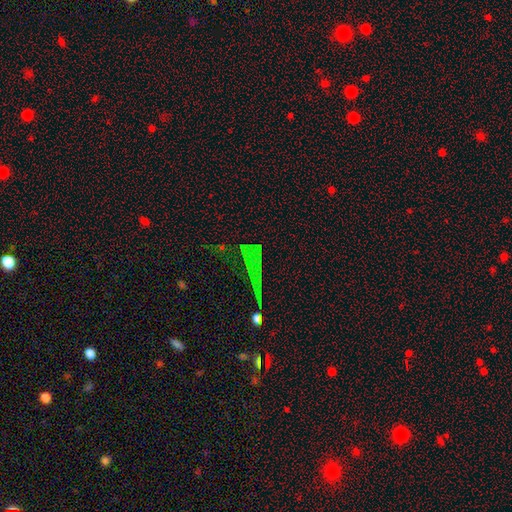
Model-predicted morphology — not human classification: Smooth or featured?
  - star or artifact: 70% *
  - smooth: 17%
  - featured or disk: 13%